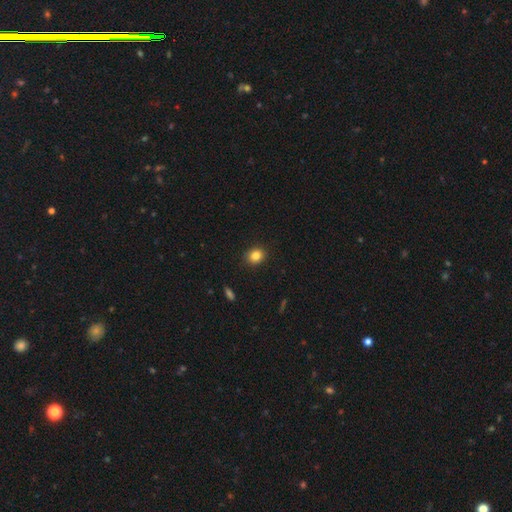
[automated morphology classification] smooth-or-featured: smooth: 84% | star or artifact: 10% | featured or disk: 5%
  how-rounded: round: 63% | in between: 36% | cigar-shaped: 1%
  merging: none: 89% | minor disturbance: 8% | major disturbance: 2% | merger: 1%